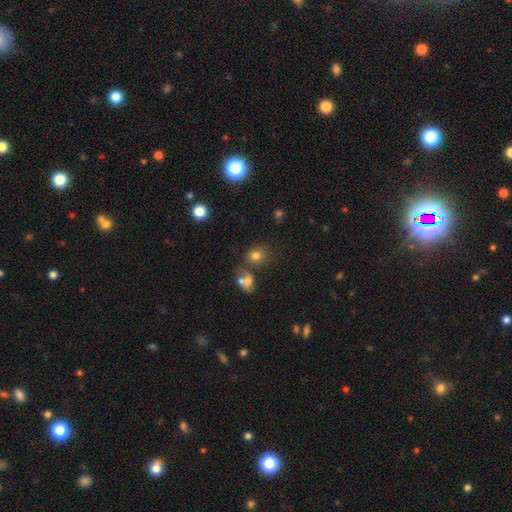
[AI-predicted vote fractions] Morphology: type=smooth (77%); roundness=round (69%); merging=none (63%).